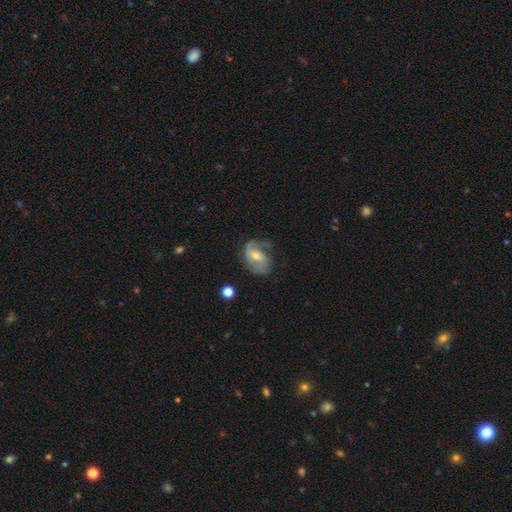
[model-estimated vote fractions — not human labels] Smooth or featured? featured or disk (73%)
Edge-on disk? no (97%)
Bar? weak (46%)
Spiral arms? yes (90%)
Spiral winding? medium (44%)
Spiral arm count? 2 (71%)
Bulge size? moderate (50%)
Merging? none (56%)